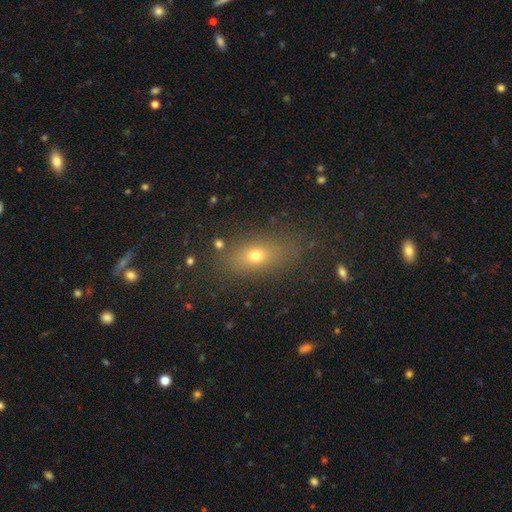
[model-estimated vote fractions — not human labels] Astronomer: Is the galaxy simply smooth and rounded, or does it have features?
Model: smooth — 66%.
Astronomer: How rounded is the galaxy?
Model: in between — 69%.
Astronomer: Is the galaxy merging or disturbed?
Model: none — 81%.